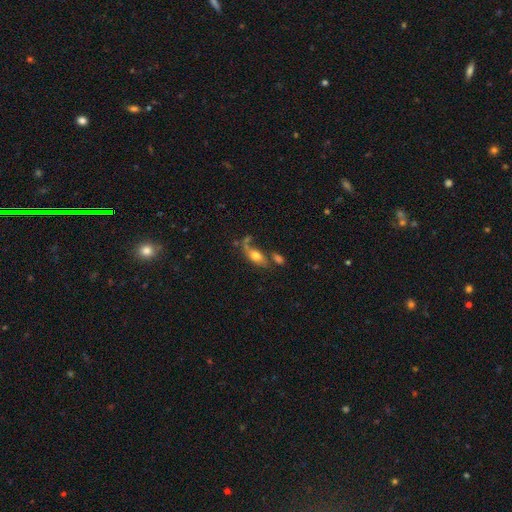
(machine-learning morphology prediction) Q: Smooth or featured?
A: smooth (62%); runner-up: featured or disk (29%)
Q: How rounded?
A: in between (76%); runner-up: cigar-shaped (17%)
Q: Merging?
A: none (40%); runner-up: merger (27%)